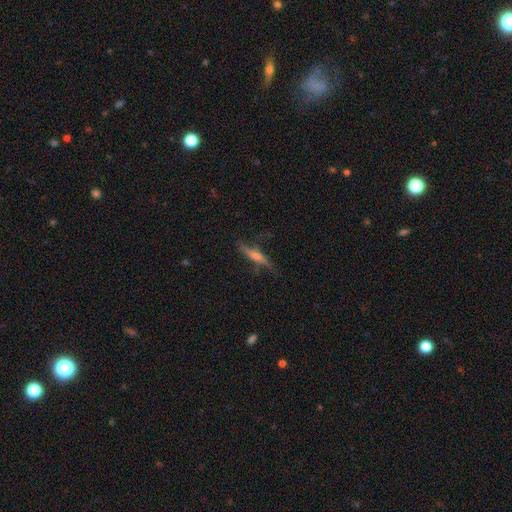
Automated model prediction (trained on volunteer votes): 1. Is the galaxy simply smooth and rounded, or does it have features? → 66% featured or disk, 22% smooth, 12% star or artifact.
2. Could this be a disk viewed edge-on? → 85% yes, 15% no.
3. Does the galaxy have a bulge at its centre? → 71% rounded, 15% boxy, 14% none.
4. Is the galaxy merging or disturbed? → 74% none, 18% minor disturbance, 7% major disturbance, 2% merger.